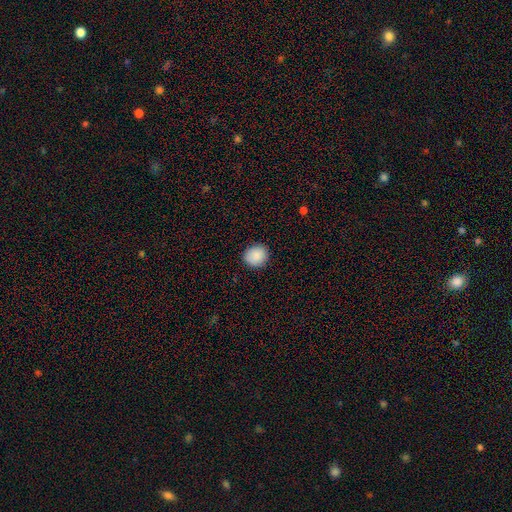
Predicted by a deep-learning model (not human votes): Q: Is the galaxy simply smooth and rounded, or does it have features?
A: smooth — 89%.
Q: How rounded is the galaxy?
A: round — 84%.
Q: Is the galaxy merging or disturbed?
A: none — 90%.